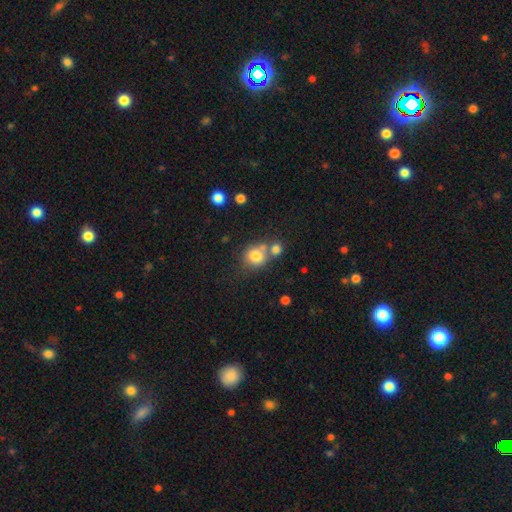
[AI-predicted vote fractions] Overall: smooth (78%). How rounded: round (82%). Merging: none (52%; merger 34%).